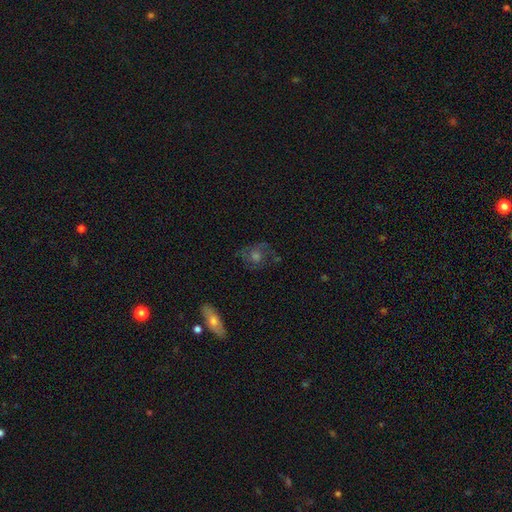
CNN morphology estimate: type=featured or disk (57%); edge-on=no (93%); bar=no (78%); spiral arms=yes (77%); bulge=moderate (58%); merging=none (70%).